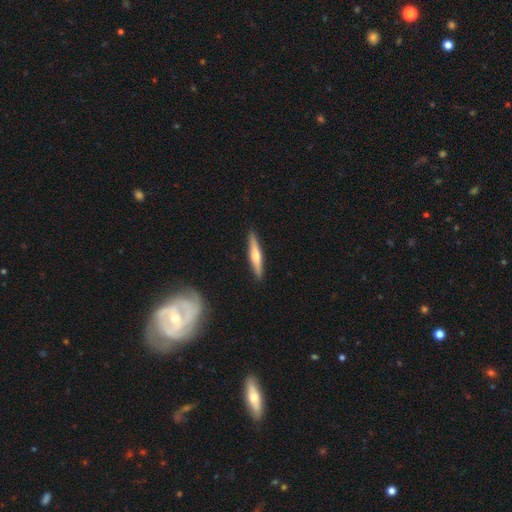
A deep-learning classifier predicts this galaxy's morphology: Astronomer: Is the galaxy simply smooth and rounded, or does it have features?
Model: featured or disk — 49% (runner-up: smooth, 45%).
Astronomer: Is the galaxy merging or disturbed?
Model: none — 91%.